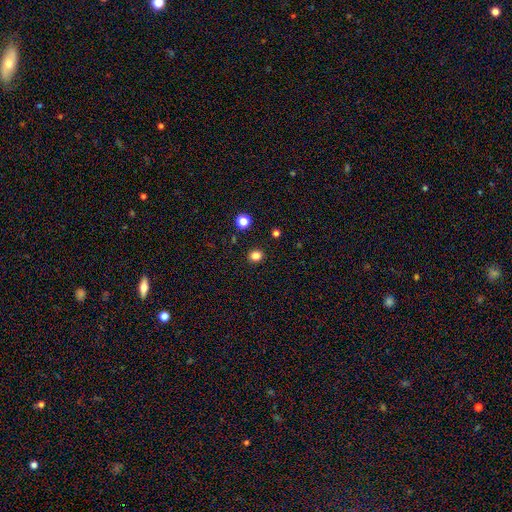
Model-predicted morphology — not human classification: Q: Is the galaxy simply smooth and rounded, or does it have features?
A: smooth — 83%.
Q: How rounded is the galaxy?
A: round — 81%.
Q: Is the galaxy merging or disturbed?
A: none — 91%.